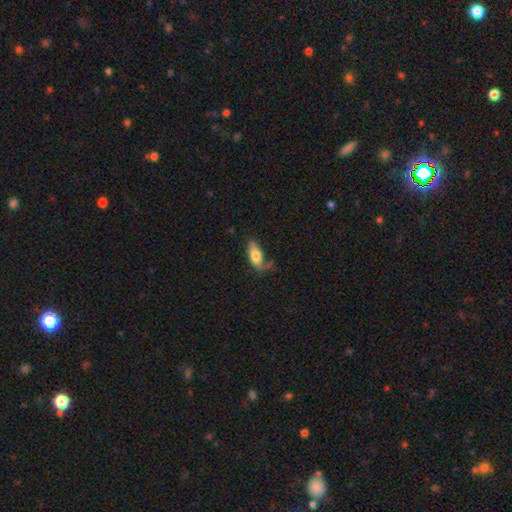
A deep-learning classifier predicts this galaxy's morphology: Smooth or featured: smooth — 71% (featured or disk — 22%)
How rounded: in between — 77% (cigar-shaped — 20%)
Merging: none — 51% (minor disturbance — 26%)